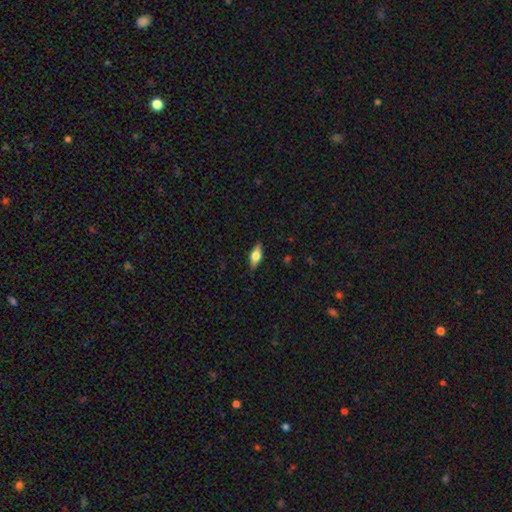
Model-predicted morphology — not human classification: The model was most divided on "smooth or featured": smooth: 49%, featured or disk: 44%, star or artifact: 7%. More confident: merging — none (87%).